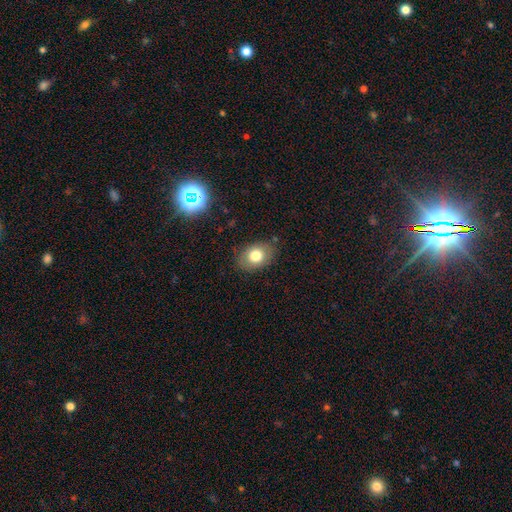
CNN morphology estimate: A smooth galaxy with no disk features (76%) that is in between round and cigar-shaped (75%). Merging: none (83%).